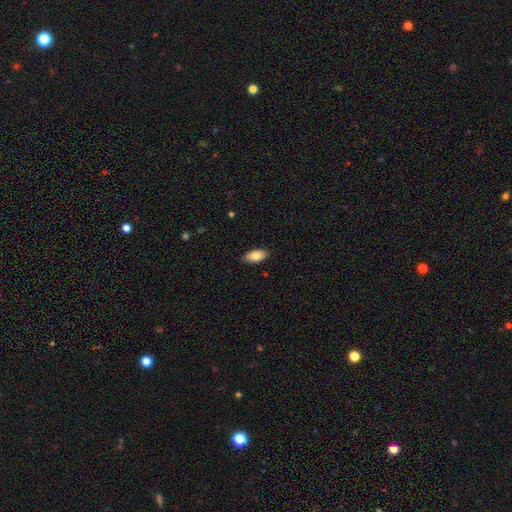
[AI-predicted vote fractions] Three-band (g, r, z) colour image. It shows a smooth galaxy with no disk features (82%) that is in between round and cigar-shaped (91%). Merging: none (87%).